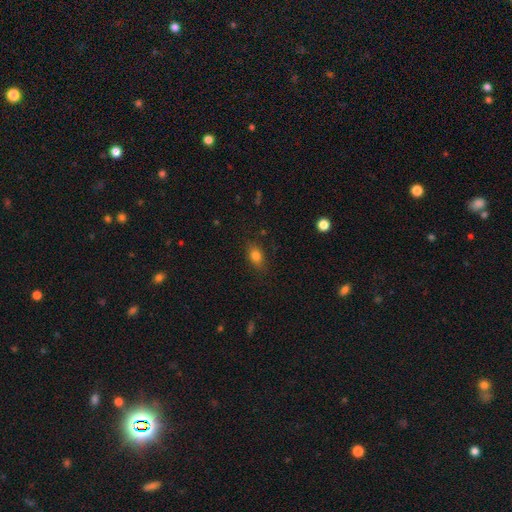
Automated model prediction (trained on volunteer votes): A smooth galaxy with no disk features (81%) that is in between round and cigar-shaped (78%). Merging: none (82%).